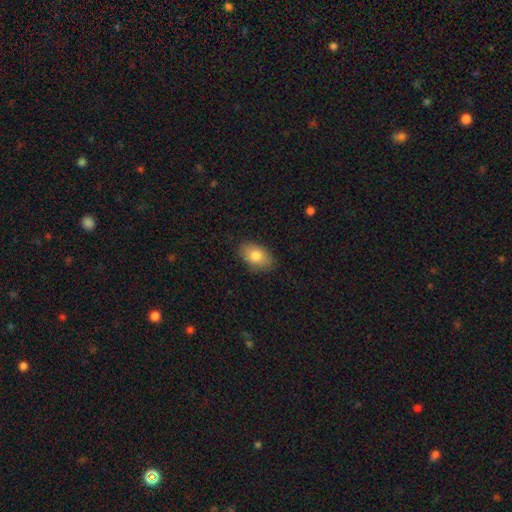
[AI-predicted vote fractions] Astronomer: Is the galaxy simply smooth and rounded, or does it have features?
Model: smooth — 79%.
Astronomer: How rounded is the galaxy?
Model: in between — 90%.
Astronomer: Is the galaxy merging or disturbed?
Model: none — 85%.